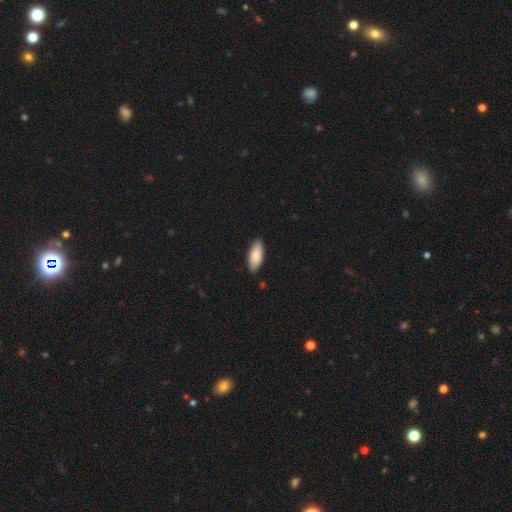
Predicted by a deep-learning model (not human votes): Smooth or featured? smooth (86%)
How rounded? in between (80%)
Merging? none (87%)